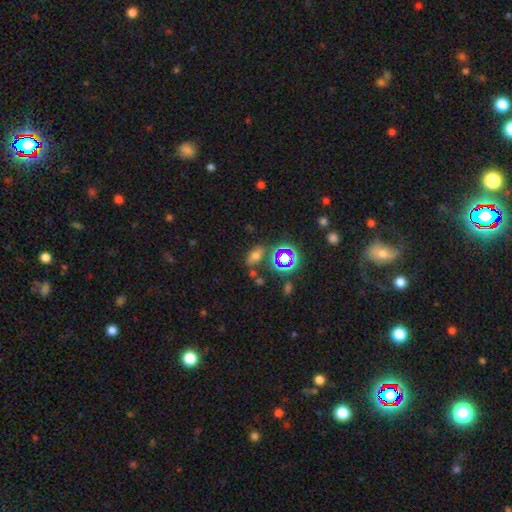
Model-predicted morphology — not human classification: The model was most divided on "smooth or featured": smooth: 55%, star or artifact: 31%, featured or disk: 15%. More confident: how rounded — in between (77%); merging — none (65%).